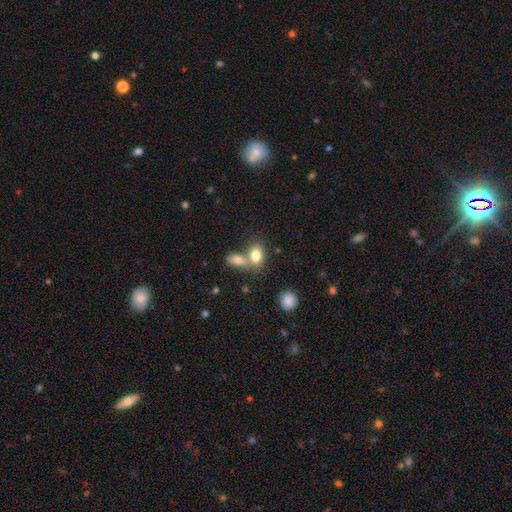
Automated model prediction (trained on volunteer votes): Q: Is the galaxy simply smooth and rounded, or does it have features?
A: smooth — 81%.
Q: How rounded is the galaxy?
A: in between — 77%.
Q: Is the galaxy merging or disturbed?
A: merger — 50%.